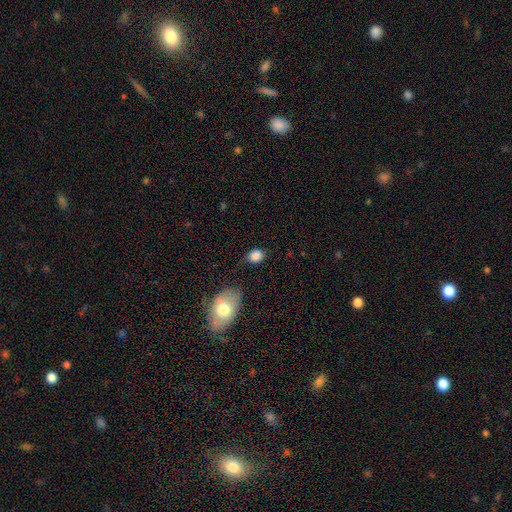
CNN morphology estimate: Q: Smooth or featured?
A: smooth (84%); runner-up: star or artifact (10%)
Q: How rounded?
A: round (58%); runner-up: in between (41%)
Q: Merging?
A: none (63%); runner-up: minor disturbance (24%)